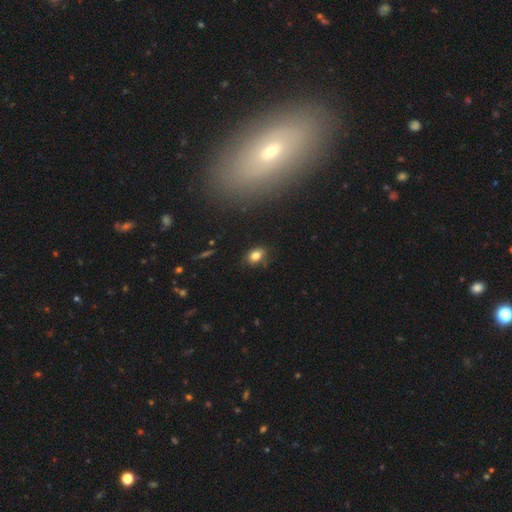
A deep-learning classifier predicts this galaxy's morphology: smooth-or-featured: smooth: 81% | star or artifact: 11% | featured or disk: 8%
  how-rounded: in between: 78% | round: 20% | cigar-shaped: 2%
  merging: none: 73% | minor disturbance: 20% | major disturbance: 4% | merger: 3%